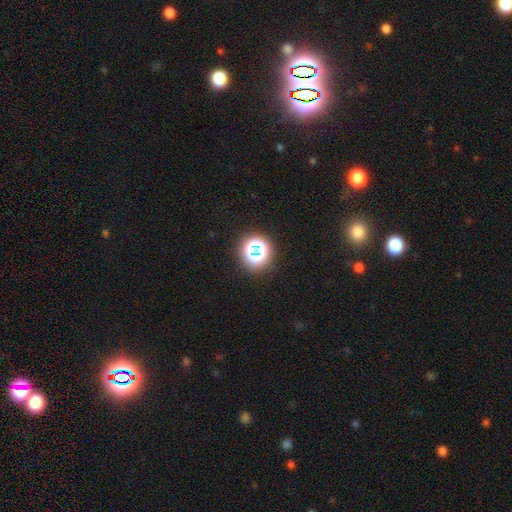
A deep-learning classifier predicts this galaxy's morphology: Smooth or featured?
  - star or artifact: 55% *
  - smooth: 34%
  - featured or disk: 11%